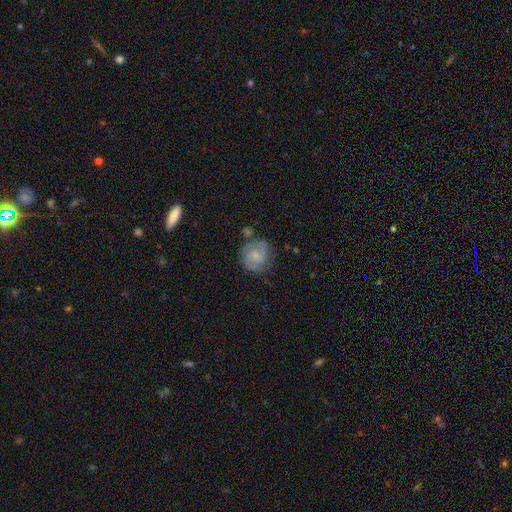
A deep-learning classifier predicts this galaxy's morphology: smooth_or_featured: featured or disk (p=0.69) [alt: smooth p=0.24]
disk_edge_on: no (p=0.98) [alt: yes p=0.02]
bar: no (p=0.52) [alt: weak p=0.41]
has_spiral_arms: yes (p=0.94) [alt: no p=0.06]
spiral_winding: tight (p=0.44) [tied with: medium p=0.44]
spiral_arm_count: 2 (p=0.78) [alt: can't tell p=0.10]
bulge_size: small (p=0.51) [alt: moderate p=0.30]
merging: none (p=0.73) [alt: minor disturbance p=0.17]